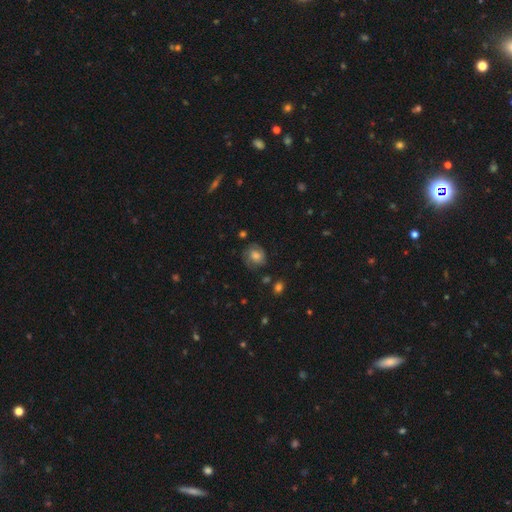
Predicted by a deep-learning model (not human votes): This appears to be a smooth galaxy with no disk features (52%) that is round (68%). Merging: none (73%).